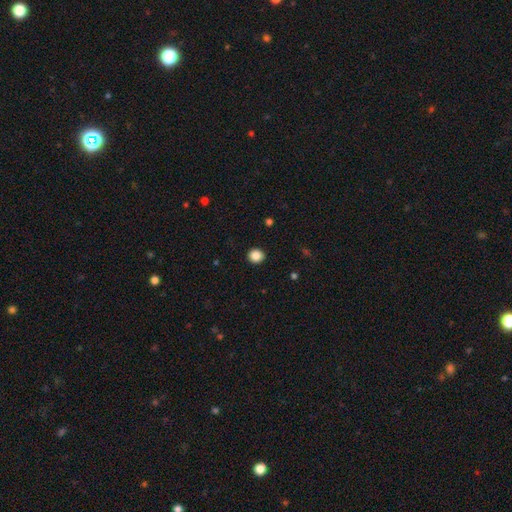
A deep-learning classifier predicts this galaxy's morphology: smooth-or-featured: smooth: 87% | star or artifact: 10% | featured or disk: 3%
  how-rounded: round: 88% | in between: 11% | cigar-shaped: 1%
  merging: none: 92% | minor disturbance: 5% | major disturbance: 2% | merger: 1%